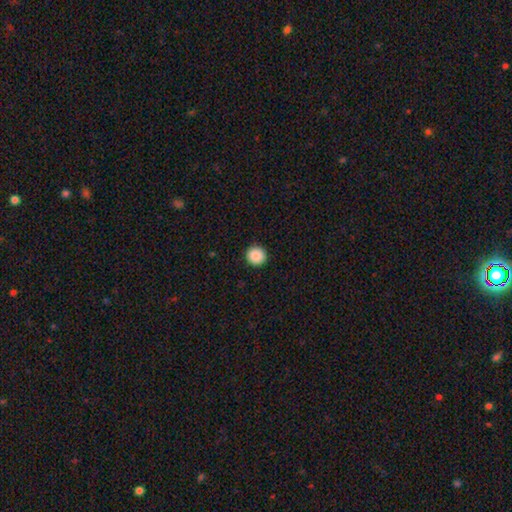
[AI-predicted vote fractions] Smooth or featured: smooth — 89% (star or artifact — 8%)
How rounded: round — 94% (in between — 5%)
Merging: none — 93% (minor disturbance — 4%)